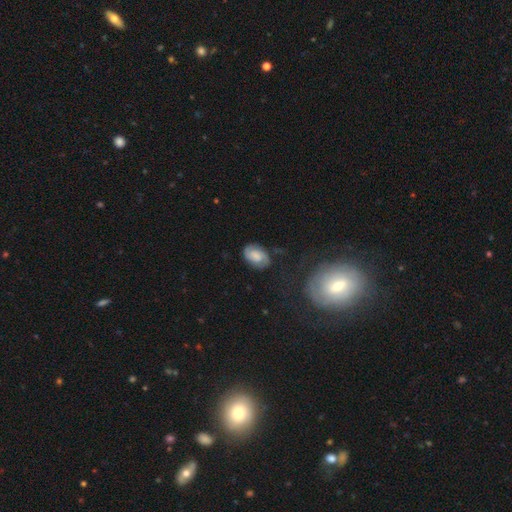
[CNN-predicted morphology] The model was most divided on "bulge size" (2-way tie): moderate: 27%, none: 27%, large: 22%, small: 20%, dominant: 4%. More confident: edge-on disk — no (97%); spiral arms — yes (88%); merging — none (75%); smooth or featured — featured or disk (56%); bar — no (52%).